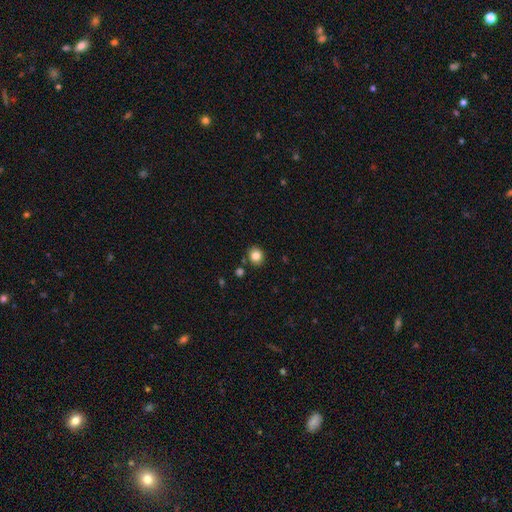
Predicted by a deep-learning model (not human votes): Morphology: type=smooth (83%); roundness=round (80%); merging=none (86%).